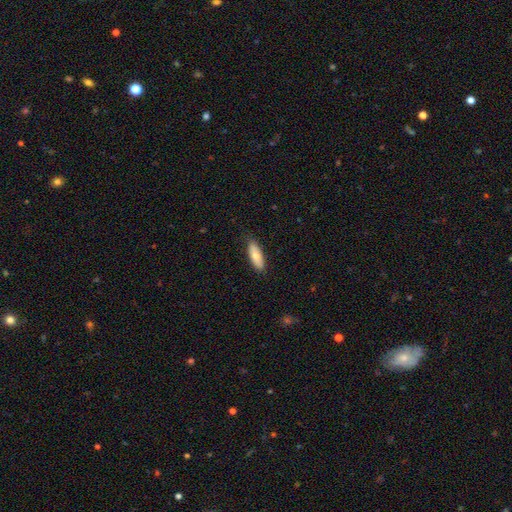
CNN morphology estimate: Overall: smooth (72%). How rounded: in between (63%; cigar-shaped 34%). Merging: none (85%).